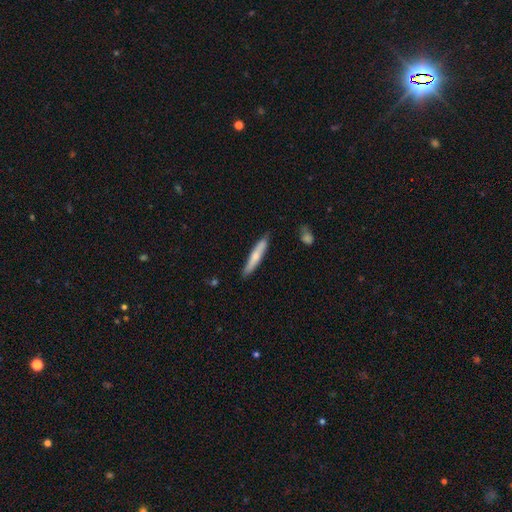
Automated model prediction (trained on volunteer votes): Smooth or featured? Predicted: smooth (p=0.63). How rounded? Predicted: cigar-shaped (p=0.92). Merging? Predicted: none (p=0.84).